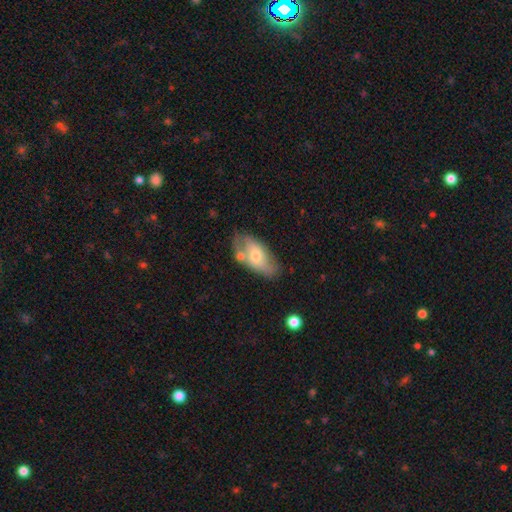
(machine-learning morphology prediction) This appears to be a smooth galaxy with no disk features (54%) that is in between round and cigar-shaped (90%). Merging: none (55%).